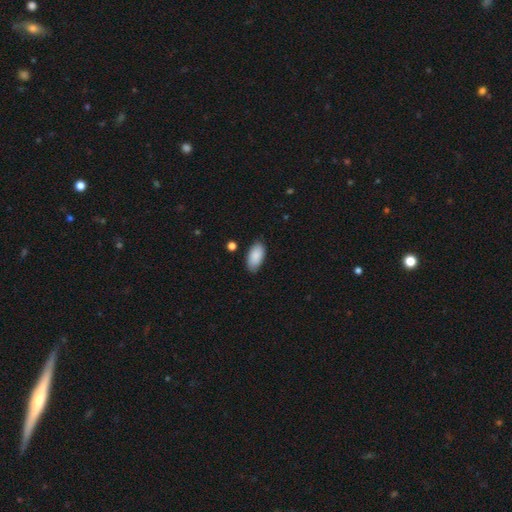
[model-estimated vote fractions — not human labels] smooth-or-featured: smooth: 89% | star or artifact: 6% | featured or disk: 5%
  how-rounded: in between: 93% | cigar-shaped: 5% | round: 2%
  merging: none: 83% | minor disturbance: 13% | major disturbance: 2% | merger: 2%